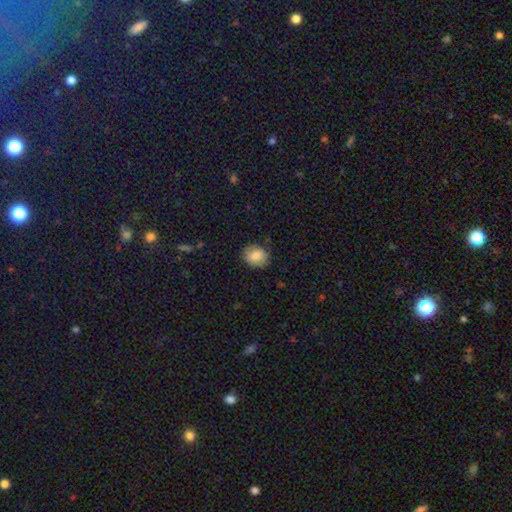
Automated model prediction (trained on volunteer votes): This is clearly a smooth galaxy (85%). How rounded: likely round (65%). Merging: clearly none (84%).